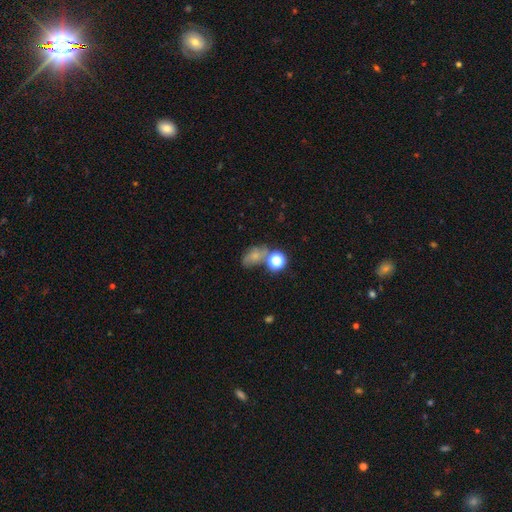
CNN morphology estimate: A smooth galaxy with no disk features (55%) that is in between round and cigar-shaped (65%).

Vote fractions:
- Smooth or featured? smooth: 55% / star or artifact: 23% / featured or disk: 22%
- How rounded? in between: 65% / round: 33% / cigar-shaped: 2%
- Merging? none: 41% / merger: 23% / minor disturbance: 21% / major disturbance: 14%